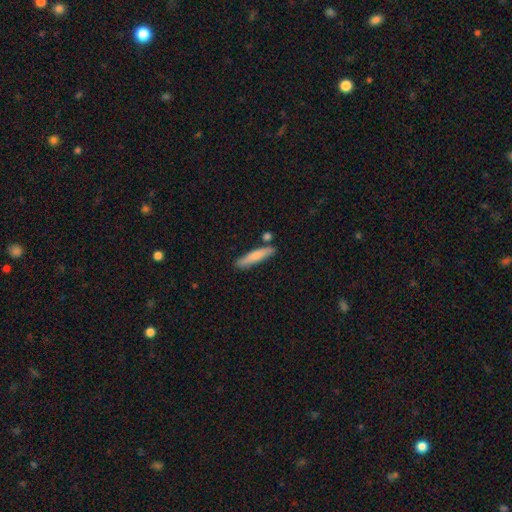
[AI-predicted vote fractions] smooth_or_featured: smooth (p=0.73) [alt: featured or disk p=0.21]
how_rounded: cigar-shaped (p=0.85) [alt: in between p=0.13]
merging: none (p=0.77) [alt: minor disturbance p=0.13]